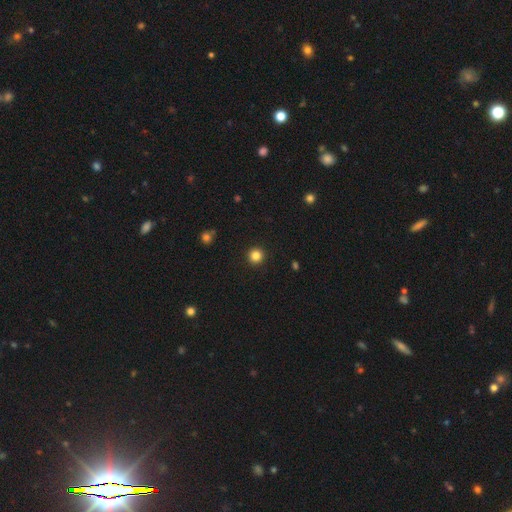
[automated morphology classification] smooth_or_featured: smooth (p=0.84) [alt: star or artifact p=0.12]
how_rounded: round (p=0.96) [alt: in between p=0.04]
merging: none (p=0.93) [alt: minor disturbance p=0.04]